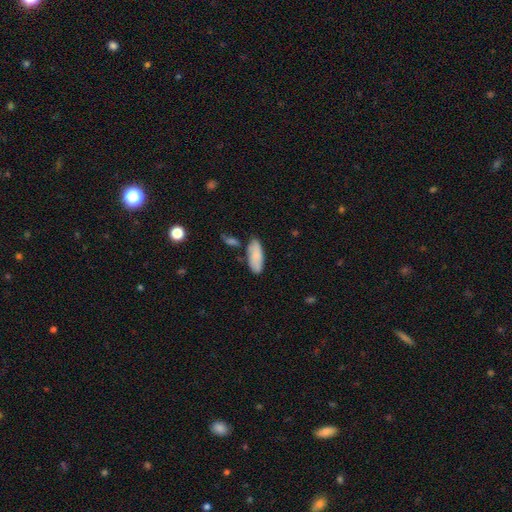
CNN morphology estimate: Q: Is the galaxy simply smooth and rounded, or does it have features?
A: smooth — 83%.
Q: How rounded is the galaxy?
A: in between — 80%.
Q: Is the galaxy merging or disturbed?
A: none — 67%.